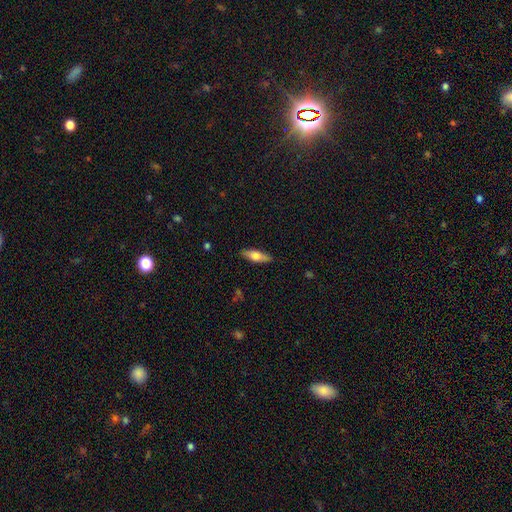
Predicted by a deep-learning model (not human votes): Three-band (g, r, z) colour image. It shows a smooth galaxy with no disk features (61%) that is cigar-shaped (52%). Merging: none (88%).